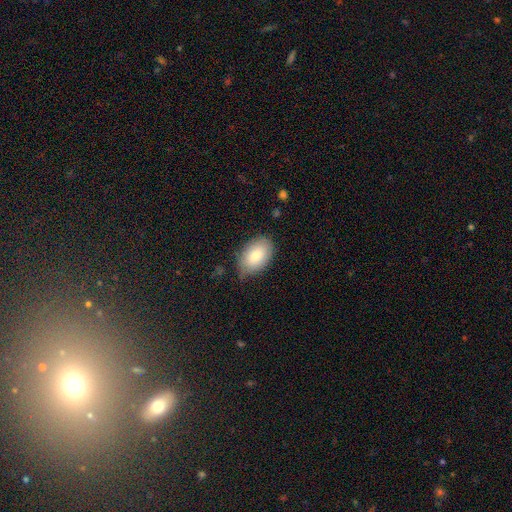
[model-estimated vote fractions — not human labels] This is clearly a smooth galaxy (84%). How rounded: clearly in between (91%). Merging: likely none (67%).